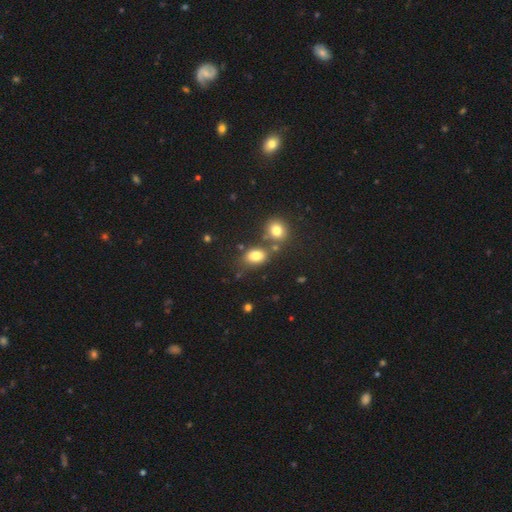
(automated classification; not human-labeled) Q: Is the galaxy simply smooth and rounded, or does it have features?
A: smooth — 80%.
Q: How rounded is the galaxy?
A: in between — 77%.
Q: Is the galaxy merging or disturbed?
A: none — 60%.